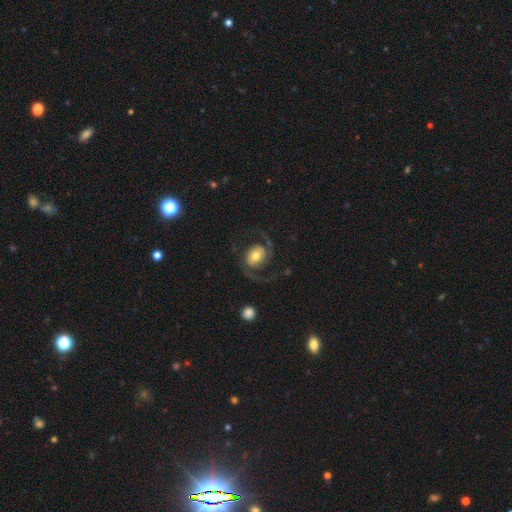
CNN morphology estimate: A featured or disk galaxy (80%) with no bar (59%), 2 (92%) medium (47%) spiral arms (95%) and a moderate central bulge (66%).

Vote fractions:
- Smooth or featured? featured or disk: 80% / smooth: 14% / star or artifact: 6%
- Edge-on disk? no: 98% / yes: 2%
- Bar? no: 59% / weak: 29% / strong: 11%
- Spiral arms? yes: 95% / no: 5%
- Spiral winding? medium: 47% / loose: 42% / tight: 11%
- Spiral arm count? 2: 92% / 1: 3% / can't tell: 2% / 3: 1% / 4: 1% / more than 4: 1%
- Bulge size? moderate: 66% / large: 18% / small: 12% / dominant: 3% / none: 1%
- Merging? none: 71% / major disturbance: 15% / minor disturbance: 12% / merger: 2%